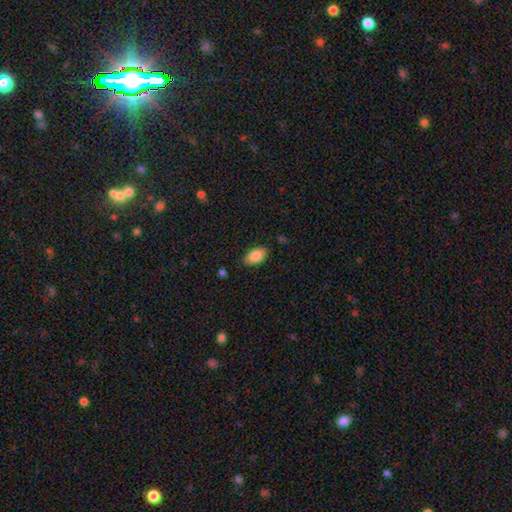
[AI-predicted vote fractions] Smooth or featured: smooth — 87% (star or artifact — 7%)
How rounded: in between — 93% (round — 5%)
Merging: none — 82% (minor disturbance — 14%)